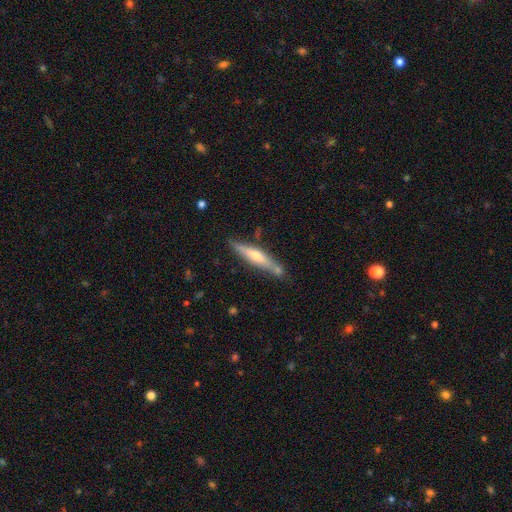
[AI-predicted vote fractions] Smooth or featured: featured or disk — 55% (smooth — 38%)
Edge-on disk: yes — 93% (no — 7%)
Edge-on bulge: rounded — 77% (none — 14%)
Merging: none — 74% (minor disturbance — 14%)